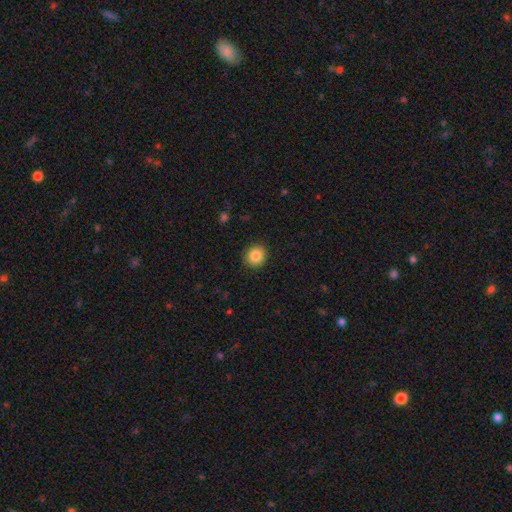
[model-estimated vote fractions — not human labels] Overall: smooth (86%). How rounded: round (88%). Merging: none (90%).